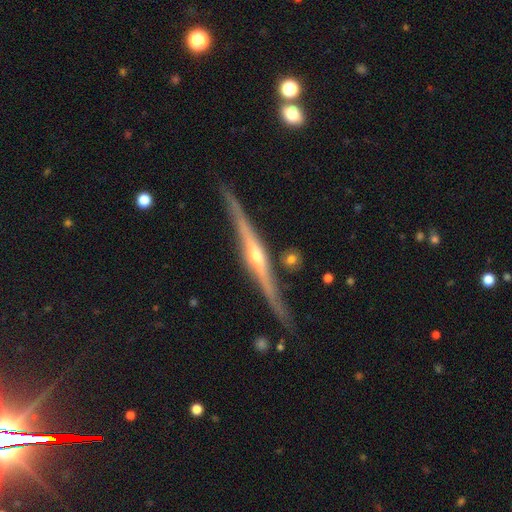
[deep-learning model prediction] smooth-or-featured: featured or disk: 86% | smooth: 9% | star or artifact: 5%
  disk-edge-on: yes: 98% | no: 2%
    edge-on-bulge: rounded: 81% | none: 13% | boxy: 6%
  merging: none: 85% | minor disturbance: 11% | merger: 3% | major disturbance: 2%